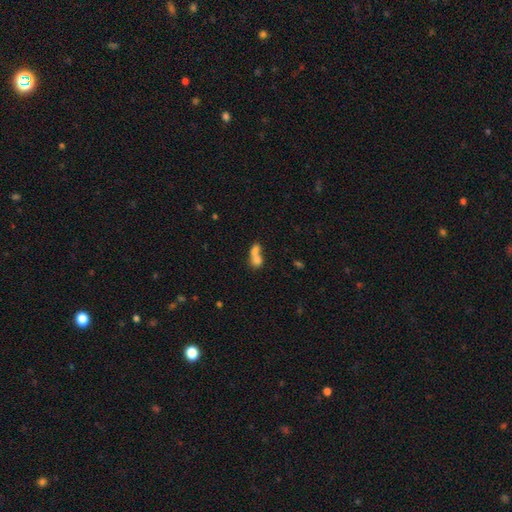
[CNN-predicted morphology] A smooth galaxy with no disk features (73%) that is in between round and cigar-shaped (62%). Merging: merger (70%).